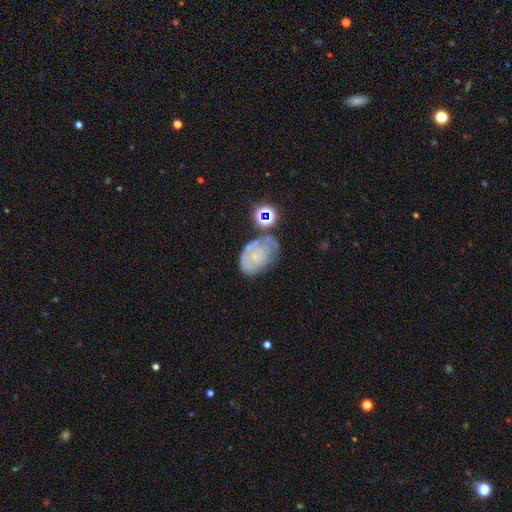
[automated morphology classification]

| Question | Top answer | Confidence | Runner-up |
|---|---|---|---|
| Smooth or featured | featured or disk | 51% | smooth (36%) |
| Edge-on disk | no | 96% | yes (4%) |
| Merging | none | 45% | minor disturbance (29%) |